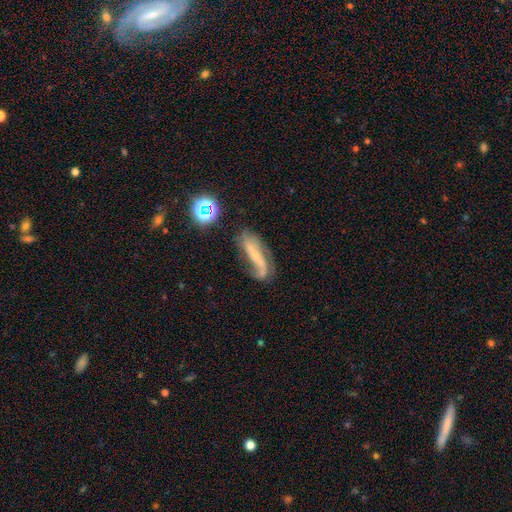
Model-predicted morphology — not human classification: smooth-or-featured: featured or disk: 62% | smooth: 26% | star or artifact: 12%
  disk-edge-on: no: 81% | yes: 19%
    bar: no: 42% | strong: 31% | weak: 28%
    has-spiral-arms: yes: 82% | no: 18%
    bulge-size: small: 60% | none: 19% | moderate: 17% | large: 3% | dominant: 2%
  merging: none: 46% | minor disturbance: 25% | major disturbance: 22% | merger: 6%